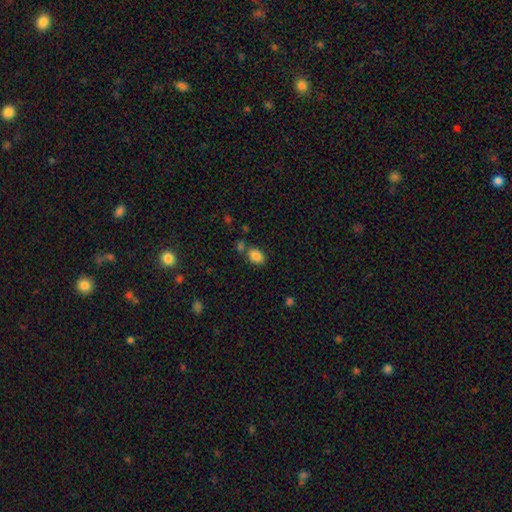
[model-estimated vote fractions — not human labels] Morphology: type=smooth (84%); roundness=in between (75%); merging=none (69%).